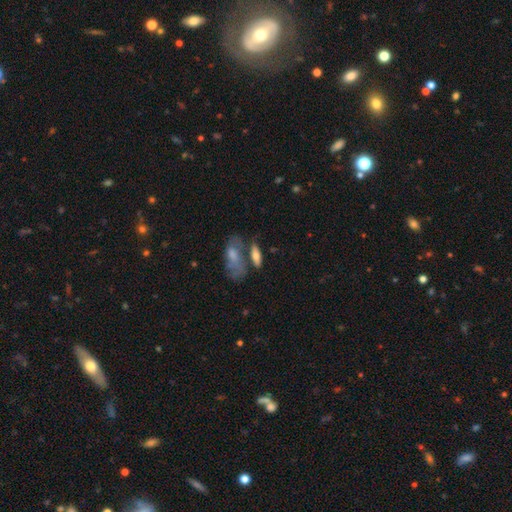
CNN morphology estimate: Smooth or featured?
  - smooth: 65% *
  - featured or disk: 27%
  - star or artifact: 8%
How rounded?
  - in between: 61% *
  - cigar-shaped: 34%
  - round: 4%
Merging?
  - none: 51% *
  - merger: 24%
  - minor disturbance: 17%
  - major disturbance: 9%